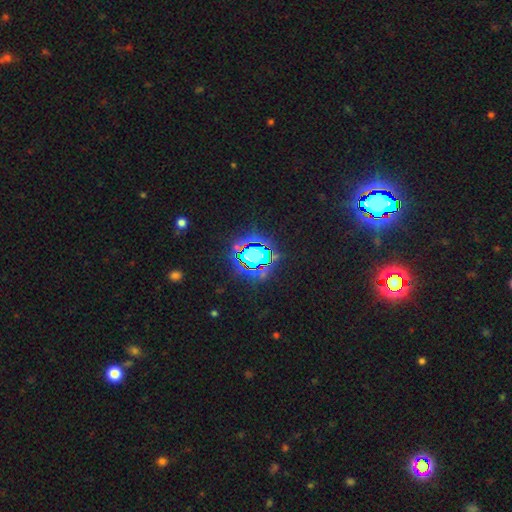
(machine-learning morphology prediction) Smooth or featured? star or artifact (70%)